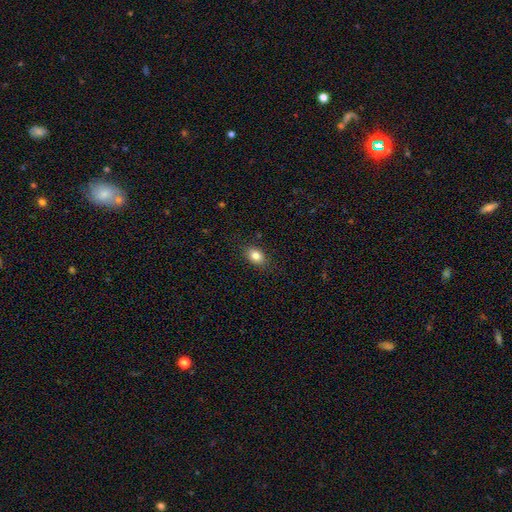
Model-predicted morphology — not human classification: smooth-or-featured: smooth: 84% | star or artifact: 9% | featured or disk: 7%
  how-rounded: in between: 75% | round: 24% | cigar-shaped: 1%
  merging: none: 87% | minor disturbance: 10% | major disturbance: 3% | merger: 1%